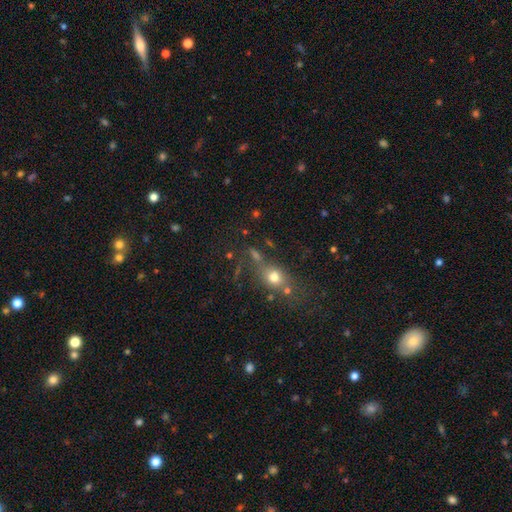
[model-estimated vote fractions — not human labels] Q: Smooth or featured?
A: smooth (57%); runner-up: star or artifact (26%)
Q: How rounded?
A: round (54%); runner-up: in between (38%)
Q: Merging?
A: none (56%); runner-up: merger (19%)